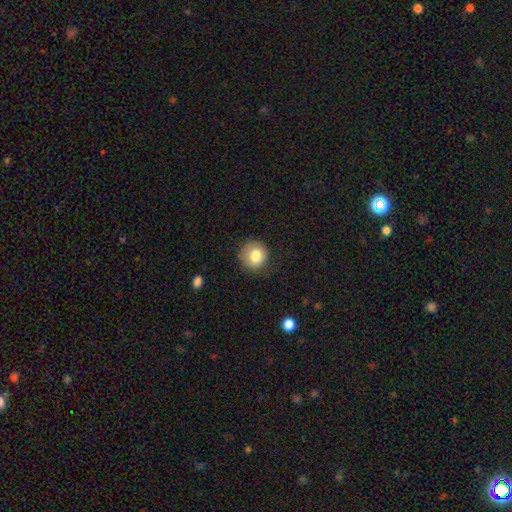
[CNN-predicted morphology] This is clearly a smooth galaxy (81%). How rounded: clearly round (91%). Merging: likely none (77%).